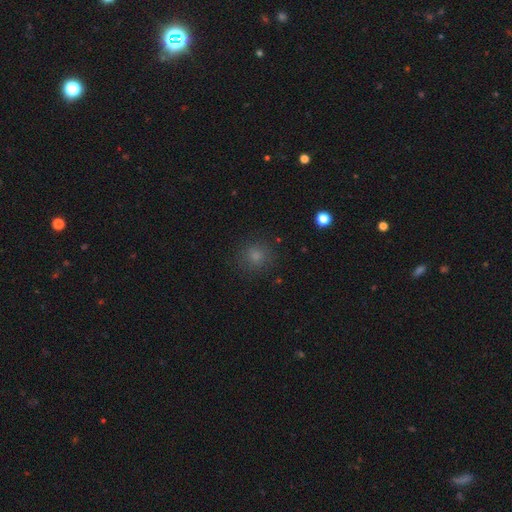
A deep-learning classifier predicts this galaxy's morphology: smooth-or-featured: smooth: 80% | star or artifact: 15% | featured or disk: 5%
  how-rounded: round: 90% | in between: 9% | cigar-shaped: 1%
  merging: none: 86% | minor disturbance: 9% | major disturbance: 4% | merger: 1%